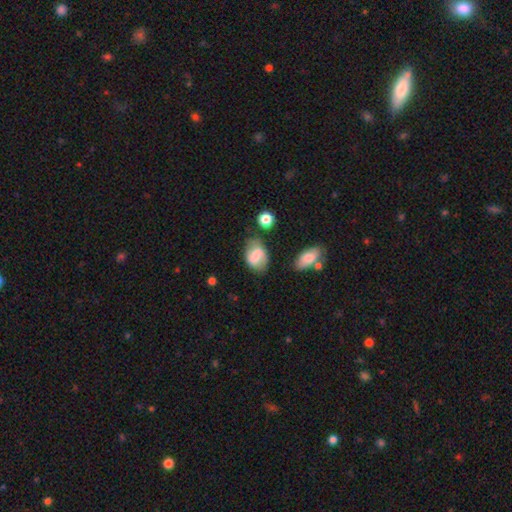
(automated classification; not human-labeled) Smooth or featured? Predicted: smooth (p=0.56). How rounded? Predicted: in between (p=0.81). Merging? Predicted: none (p=0.64).